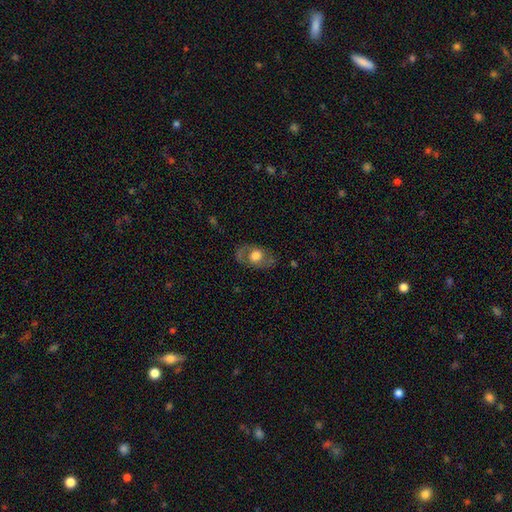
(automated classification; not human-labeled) The model was most divided on "smooth or featured": smooth: 50%, featured or disk: 42%, star or artifact: 8%. More confident: how rounded — in between (71%); merging — none (70%).